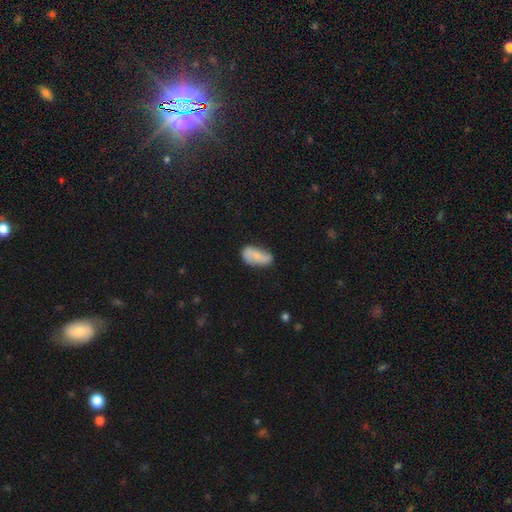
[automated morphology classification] Overall: smooth (53%; featured or disk 40%). How rounded: in between (90%). Merging: none (59%; minor disturbance 29%).